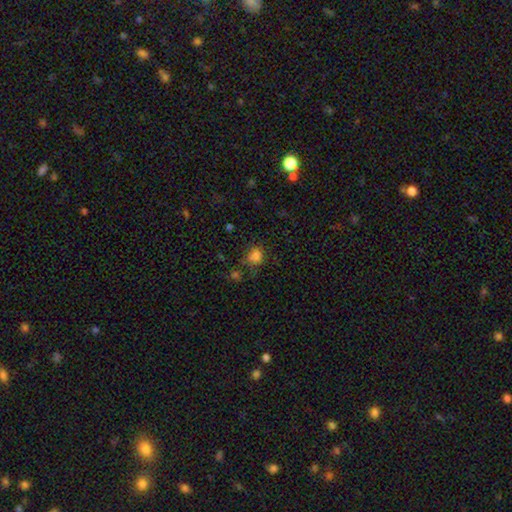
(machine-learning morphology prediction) smooth-or-featured: smooth: 76% | star or artifact: 16% | featured or disk: 8%
  how-rounded: round: 65% | in between: 34% | cigar-shaped: 1%
  merging: none: 53% | minor disturbance: 21% | merger: 15% | major disturbance: 12%